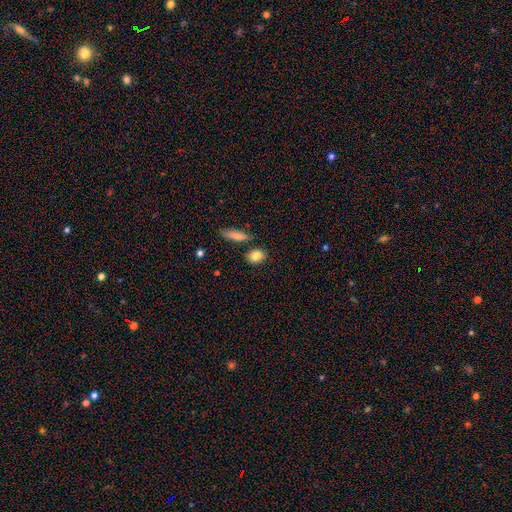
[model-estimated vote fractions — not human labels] Q: Smooth or featured?
A: smooth (84%); runner-up: featured or disk (9%)
Q: How rounded?
A: in between (62%); runner-up: round (34%)
Q: Merging?
A: none (80%); runner-up: minor disturbance (10%)